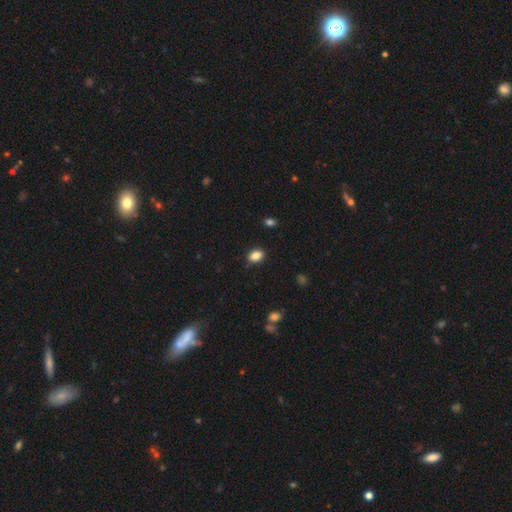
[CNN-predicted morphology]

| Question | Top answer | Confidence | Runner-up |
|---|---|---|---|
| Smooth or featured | smooth | 86% | star or artifact (9%) |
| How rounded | in between | 78% | round (20%) |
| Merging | none | 85% | minor disturbance (11%) |